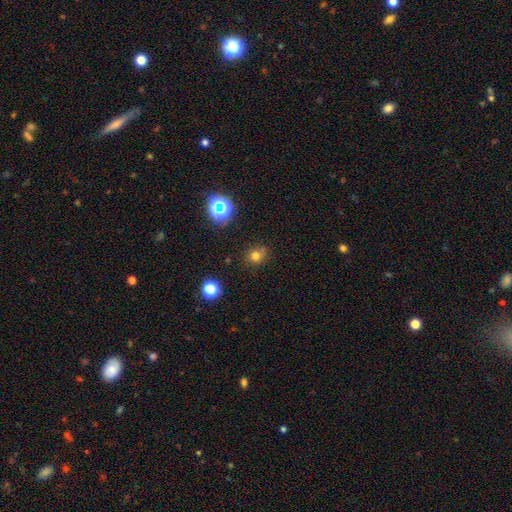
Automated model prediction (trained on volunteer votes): Smooth or featured? Predicted: smooth (p=0.73). How rounded? Predicted: round (p=0.81). Merging? Predicted: none (p=0.74).